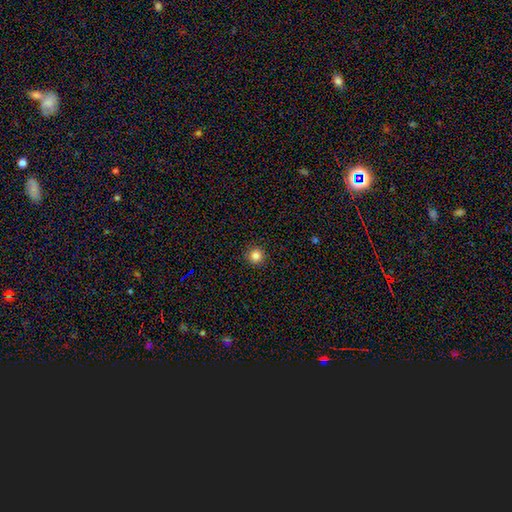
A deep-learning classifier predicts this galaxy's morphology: smooth 84%, star or artifact 12%, featured or disk 4%. Down the decision tree: how rounded — round (96%); merging — none (93%).